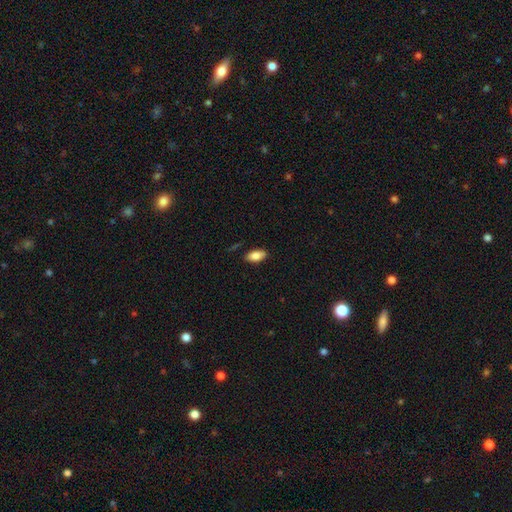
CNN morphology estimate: type=smooth (83%); roundness=in between (90%); merging=none (85%).